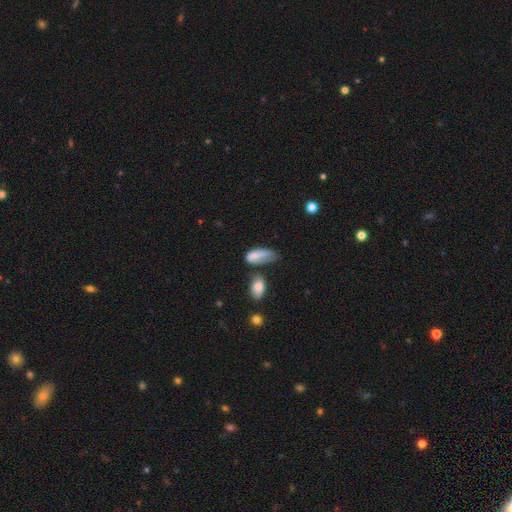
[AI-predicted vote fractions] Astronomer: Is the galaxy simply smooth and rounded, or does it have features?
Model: smooth — 74%.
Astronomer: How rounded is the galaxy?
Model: in between — 81%.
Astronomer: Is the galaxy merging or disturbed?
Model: minor disturbance — 35% (runner-up: major disturbance, 30%).